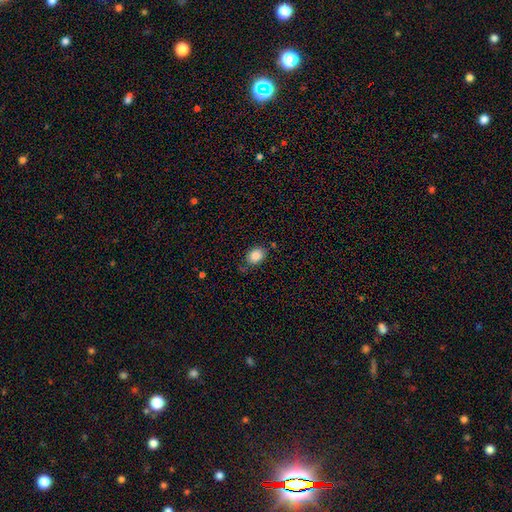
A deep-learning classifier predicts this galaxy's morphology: Smooth or featured: smooth — 86% (star or artifact — 9%)
How rounded: in between — 52% (round — 47%)
Merging: none — 74% (minor disturbance — 17%)